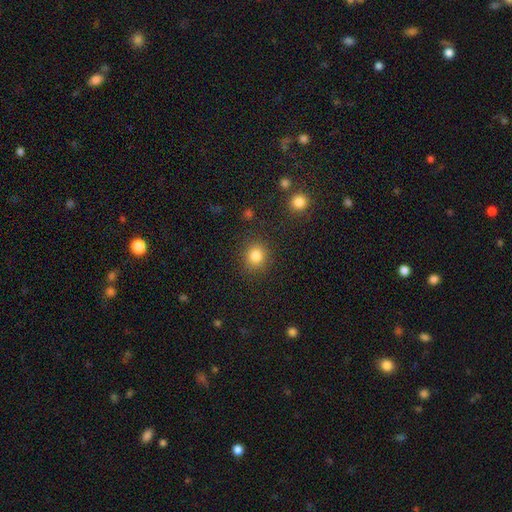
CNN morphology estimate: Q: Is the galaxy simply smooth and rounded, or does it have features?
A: smooth — 83%.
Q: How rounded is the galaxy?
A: round — 82%.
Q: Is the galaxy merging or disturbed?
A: none — 86%.